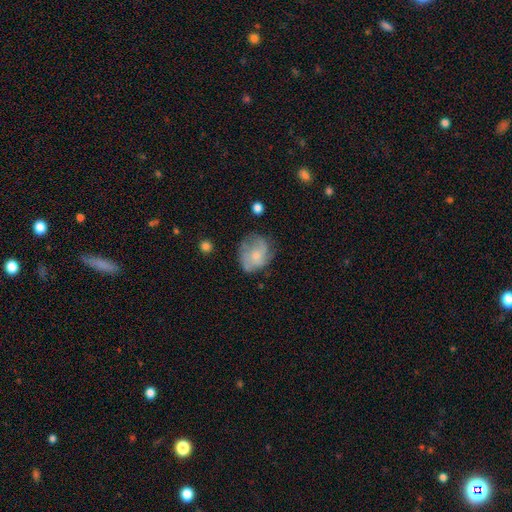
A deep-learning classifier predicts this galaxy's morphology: Smooth or featured?
  - featured or disk: 54% *
  - smooth: 38%
  - star or artifact: 8%
Edge-on disk?
  - no: 98% *
  - yes: 2%
Bar?
  - no: 79% *
  - weak: 18%
  - strong: 2%
Spiral arms?
  - yes: 76% *
  - no: 24%
Bulge size?
  - small: 56% *
  - moderate: 33%
  - none: 7%
  - large: 2%
  - dominant: 1%
Merging?
  - none: 59% *
  - minor disturbance: 25%
  - major disturbance: 14%
  - merger: 2%